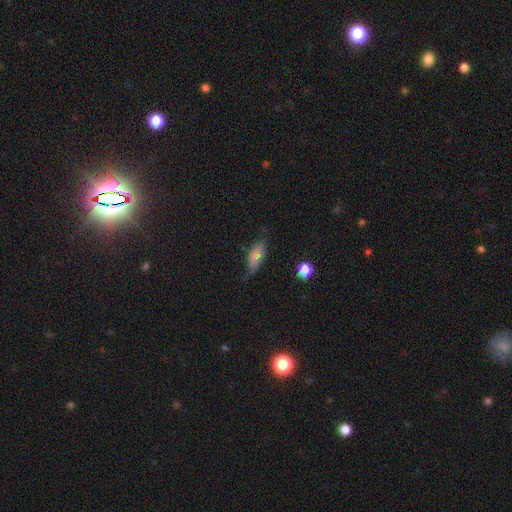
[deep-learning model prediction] Smooth or featured? smooth (63%)
How rounded? in between (78%)
Merging? none (54%)